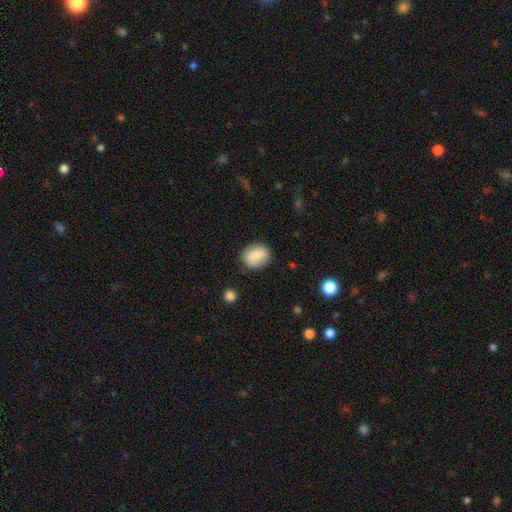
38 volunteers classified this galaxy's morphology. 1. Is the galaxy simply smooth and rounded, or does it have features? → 82% smooth, 11% featured or disk, 8% star or artifact.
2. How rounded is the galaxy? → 87% in between, 13% round, 0% cigar-shaped.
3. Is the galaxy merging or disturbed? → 74% none, 17% minor disturbance, 6% major disturbance, 3% merger.